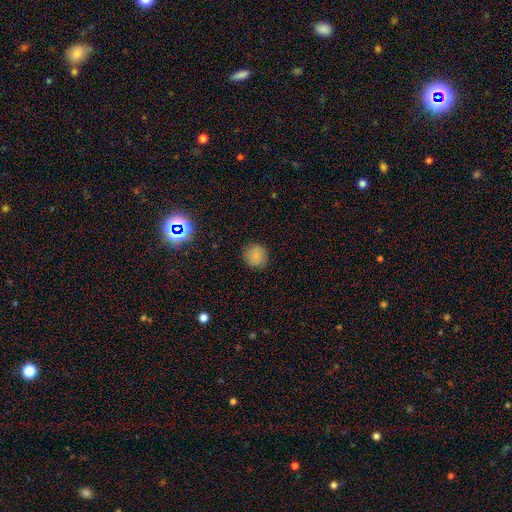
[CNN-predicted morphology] smooth 82%, star or artifact 12%, featured or disk 6%. Down the decision tree: how rounded — round (92%); merging — none (88%).